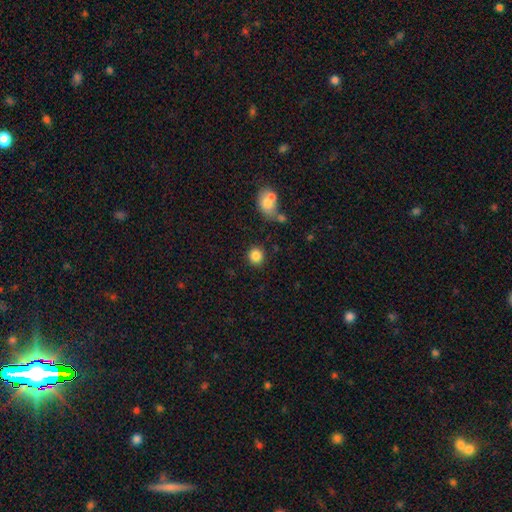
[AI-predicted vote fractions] smooth-or-featured: smooth: 85% | star or artifact: 10% | featured or disk: 5%
  how-rounded: round: 86% | in between: 13% | cigar-shaped: 1%
  merging: none: 85% | minor disturbance: 7% | merger: 4% | major disturbance: 3%